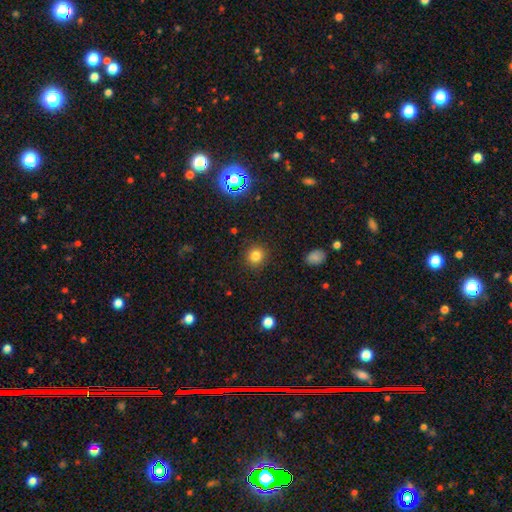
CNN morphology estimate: A smooth galaxy with no disk features (80%) that is round (91%).

Vote fractions:
- Smooth or featured? smooth: 80% / star or artifact: 14% / featured or disk: 6%
- How rounded? round: 91% / in between: 8% / cigar-shaped: 1%
- Merging? none: 90% / minor disturbance: 7% / major disturbance: 3% / merger: 1%